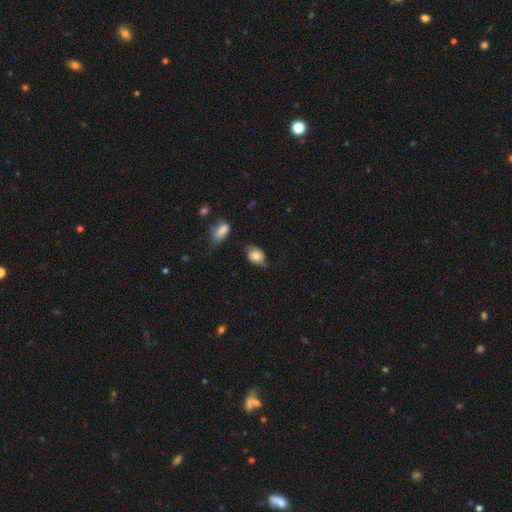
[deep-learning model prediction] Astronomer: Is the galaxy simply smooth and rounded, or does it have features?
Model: smooth — 67%.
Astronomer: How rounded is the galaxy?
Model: in between — 67%.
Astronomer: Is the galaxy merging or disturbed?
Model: none — 50% (runner-up: minor disturbance, 33%).